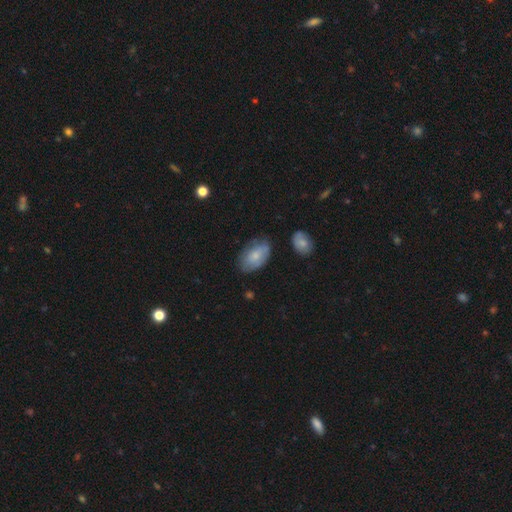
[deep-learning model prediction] smooth-or-featured: smooth: 74% | featured or disk: 20% | star or artifact: 6%
  how-rounded: in between: 93% | round: 5% | cigar-shaped: 2%
  merging: none: 67% | minor disturbance: 24% | major disturbance: 6% | merger: 3%